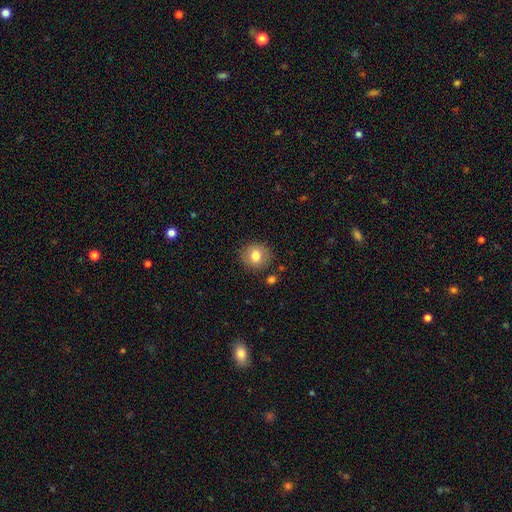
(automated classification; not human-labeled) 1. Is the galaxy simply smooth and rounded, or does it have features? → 77% smooth, 14% featured or disk, 9% star or artifact.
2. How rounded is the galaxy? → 83% round, 16% in between, 1% cigar-shaped.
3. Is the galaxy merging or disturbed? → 86% none, 9% minor disturbance, 3% major disturbance, 2% merger.